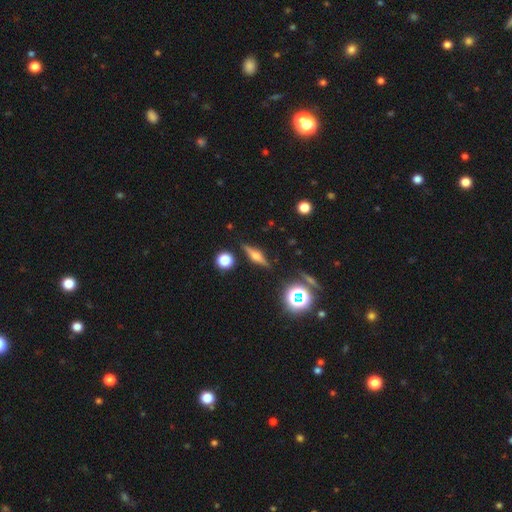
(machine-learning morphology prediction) The model was most divided on "smooth or featured": featured or disk: 67%, smooth: 22%, star or artifact: 11%. More confident: edge-on disk — yes (96%); edge-on bulge — rounded (87%); merging — none (87%).